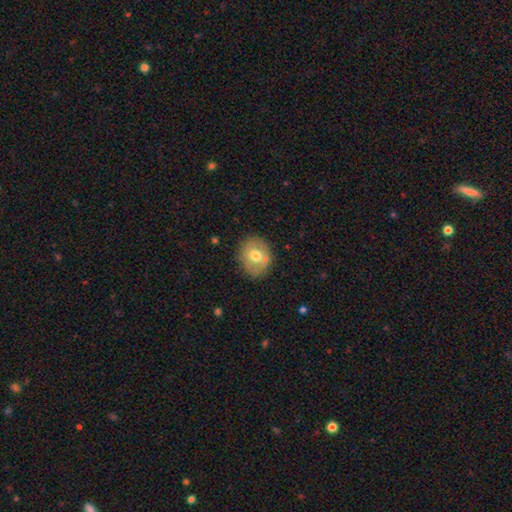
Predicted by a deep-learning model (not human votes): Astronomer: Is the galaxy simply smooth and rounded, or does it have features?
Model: smooth — 63%.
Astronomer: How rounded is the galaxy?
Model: round — 60% (runner-up: in between, 39%).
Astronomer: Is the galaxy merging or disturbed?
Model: none — 81%.